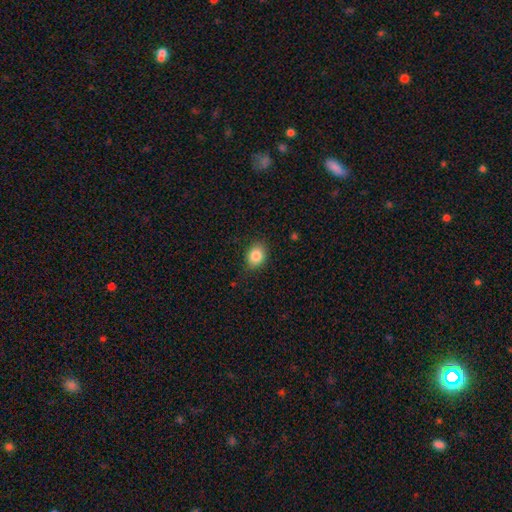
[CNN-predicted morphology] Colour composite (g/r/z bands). It shows a smooth galaxy with no disk features (85%) that is in between round and cigar-shaped (64%). Merging: none (83%).